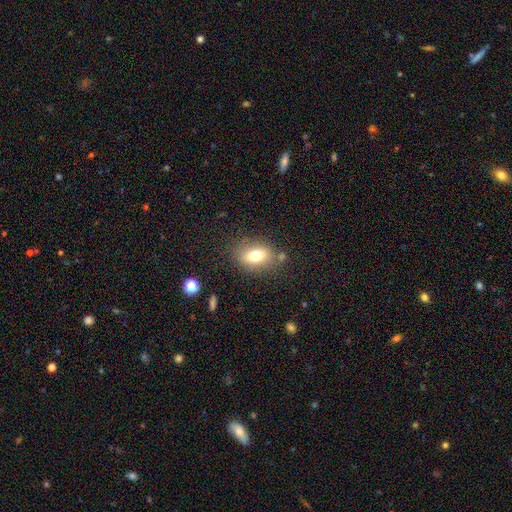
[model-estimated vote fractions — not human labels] smooth 72%, featured or disk 17%, star or artifact 11%. Down the decision tree: how rounded — in between (74%); merging — none (77%).